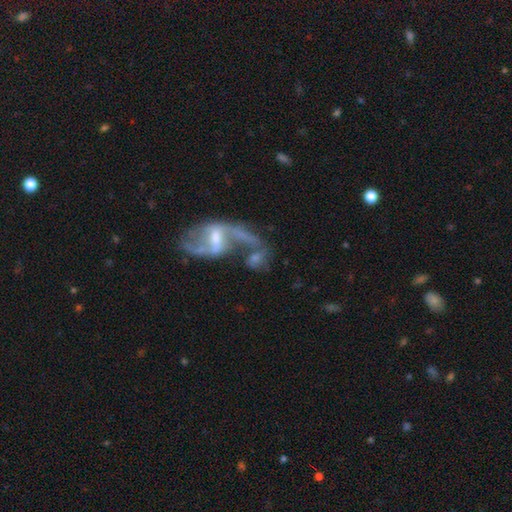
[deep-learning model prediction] A featured or disk galaxy (73%) with a weak bar (47%), 2 (78%) loose (78%) spiral arms (76%) and a moderate central bulge (40%). Merging: merger (37%).